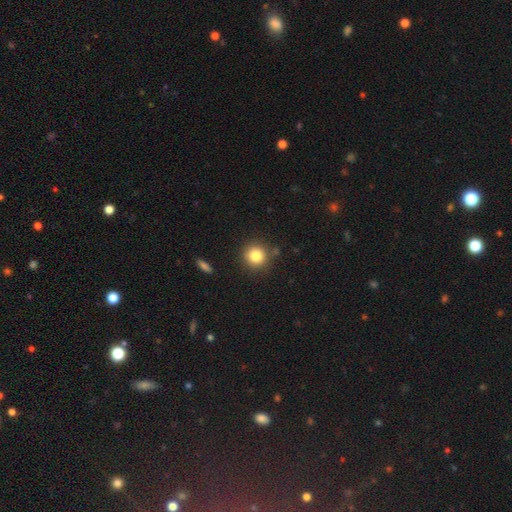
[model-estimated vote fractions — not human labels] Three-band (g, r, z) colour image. It shows a smooth galaxy with no disk features (82%) that is round (93%). Merging: none (85%).